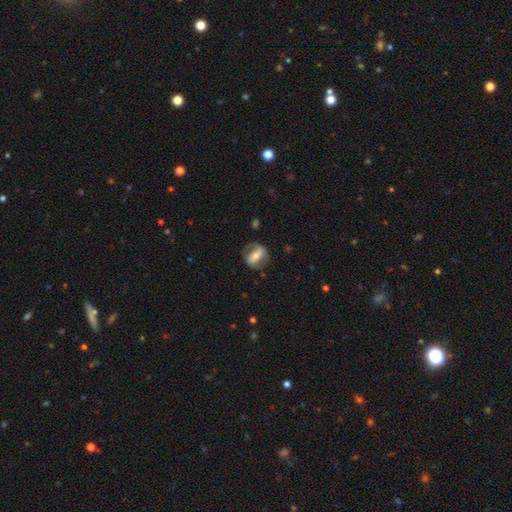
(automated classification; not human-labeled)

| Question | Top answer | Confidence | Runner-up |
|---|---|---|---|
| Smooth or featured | featured or disk | 62% | smooth (32%) |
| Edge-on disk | no | 91% | yes (9%) |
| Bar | strong | 56% | weak (26%) |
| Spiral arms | yes | 64% | no (36%) |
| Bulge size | moderate | 52% | small (39%) |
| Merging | none | 65% | minor disturbance (20%) |